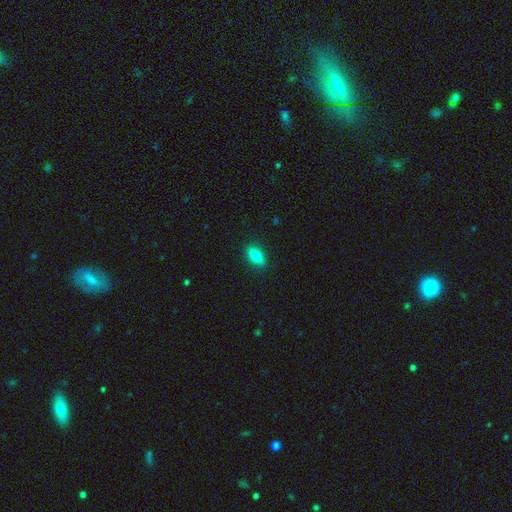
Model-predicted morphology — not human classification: type=smooth (79%); roundness=in between (85%); merging=none (88%).